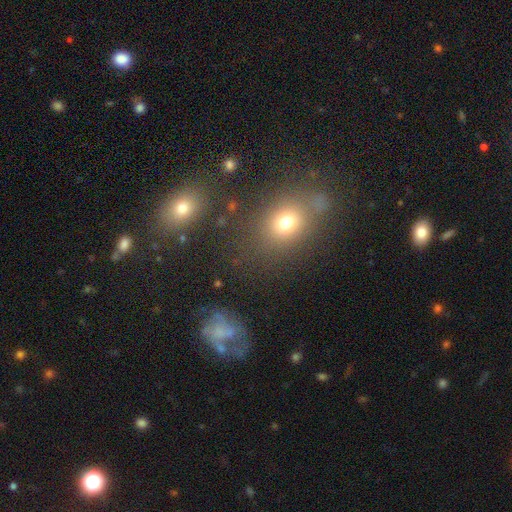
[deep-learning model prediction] Smooth or featured?
  - smooth: 50% *
  - star or artifact: 31%
  - featured or disk: 19%
Merging?
  - none: 74% *
  - minor disturbance: 14%
  - merger: 7%
  - major disturbance: 6%